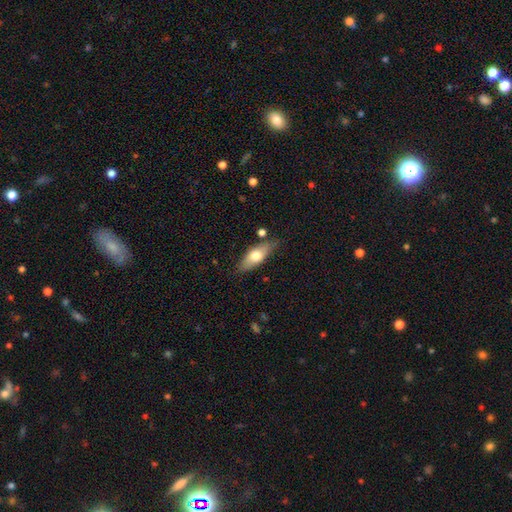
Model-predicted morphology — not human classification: This appears to be a smooth galaxy with no disk features (63%) that is in between round and cigar-shaped (71%). Merging: none (75%).